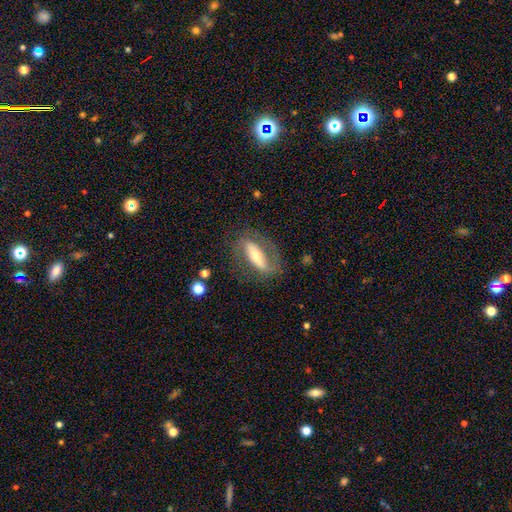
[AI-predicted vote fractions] Morphology: type=featured or disk (67%); edge-on=no (78%); bar=strong (57%); spiral arms=yes (68%); bulge=moderate (54%); merging=none (71%).